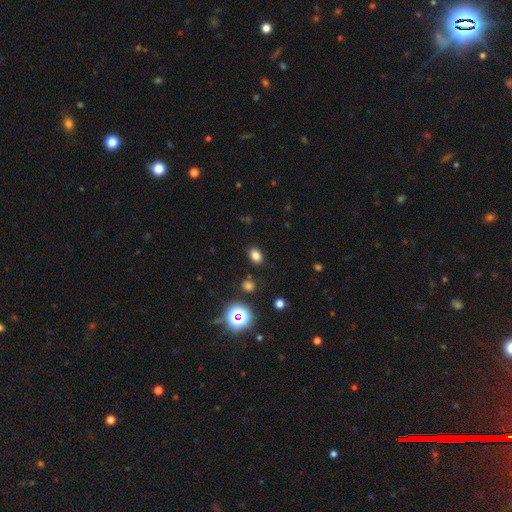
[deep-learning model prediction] A smooth galaxy with no disk features (77%) that is in between round and cigar-shaped (69%). Merging: none (85%).